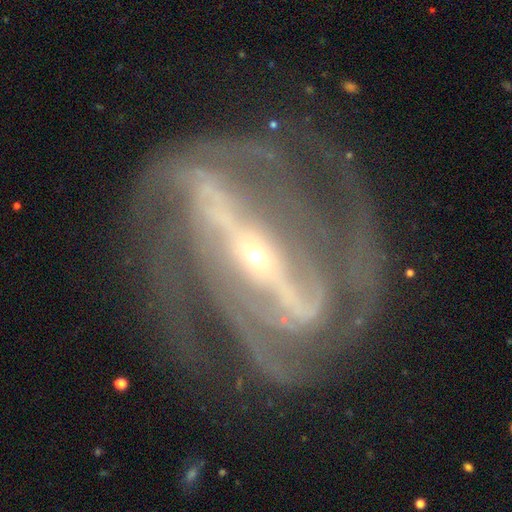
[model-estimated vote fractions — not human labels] Q: Smooth or featured?
A: featured or disk (91%); runner-up: star or artifact (6%)
Q: Edge-on disk?
A: no (91%); runner-up: yes (9%)
Q: Bar?
A: strong (85%); runner-up: weak (10%)
Q: Spiral arms?
A: yes (95%); runner-up: no (5%)
Q: Spiral winding?
A: tight (46%); runner-up: medium (41%)
Q: Spiral arm count?
A: 2 (40%); runner-up: 3 (17%)
Q: Bulge size?
A: small (82%); runner-up: moderate (14%)
Q: Merging?
A: none (69%); runner-up: minor disturbance (15%)